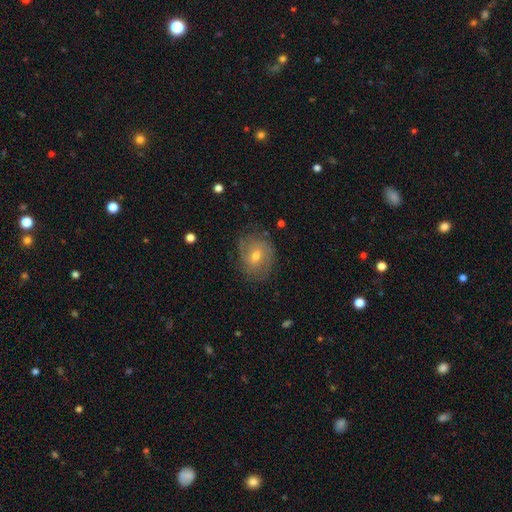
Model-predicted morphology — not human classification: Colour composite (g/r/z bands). It shows a featured or disk galaxy (56%) with no bar (52%), spiral arms (74%) and a moderate central bulge (57%). Merging: none (70%).